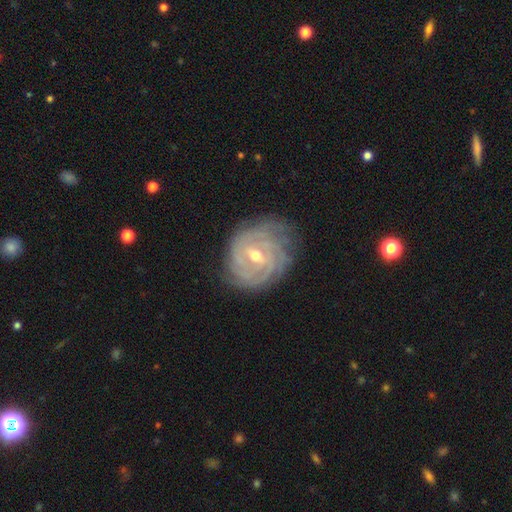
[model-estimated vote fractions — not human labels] Q: Smooth or featured?
A: featured or disk (87%); runner-up: smooth (7%)
Q: Edge-on disk?
A: no (97%); runner-up: yes (3%)
Q: Bar?
A: weak (55%); runner-up: no (24%)
Q: Spiral arms?
A: yes (97%); runner-up: no (3%)
Q: Spiral winding?
A: tight (81%); runner-up: medium (16%)
Q: Spiral arm count?
A: can't tell (31%); runner-up: 4 (20%)
Q: Bulge size?
A: moderate (59%); runner-up: small (38%)
Q: Merging?
A: none (77%); runner-up: minor disturbance (17%)